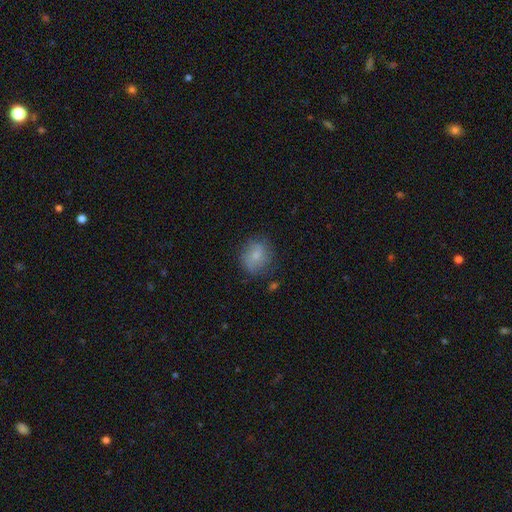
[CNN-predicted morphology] smooth-or-featured: smooth: 73% | featured or disk: 18% | star or artifact: 9%
  how-rounded: round: 71% | in between: 28% | cigar-shaped: 1%
  merging: none: 73% | minor disturbance: 19% | major disturbance: 6% | merger: 2%